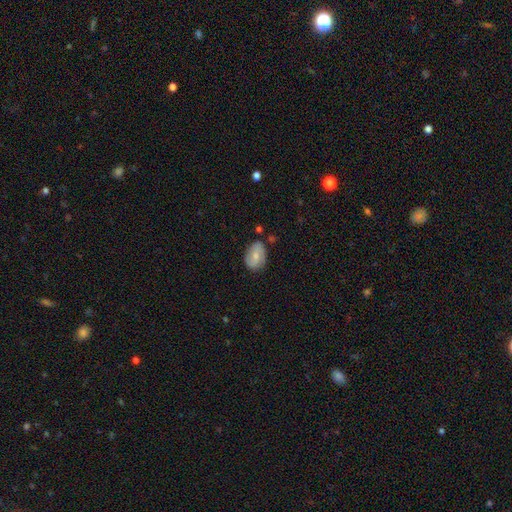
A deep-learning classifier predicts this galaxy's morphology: Overall: smooth (59%; featured or disk 34%). How rounded: in between (82%). Merging: none (68%).